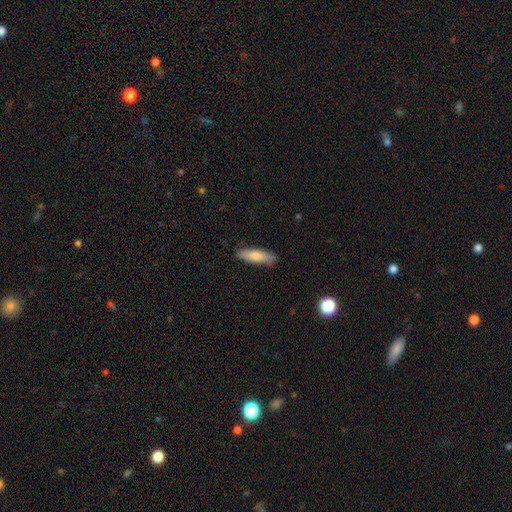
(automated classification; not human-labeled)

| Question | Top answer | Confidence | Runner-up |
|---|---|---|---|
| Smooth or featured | smooth | 78% | featured or disk (17%) |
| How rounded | cigar-shaped | 60% | in between (39%) |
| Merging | none | 84% | minor disturbance (13%) |